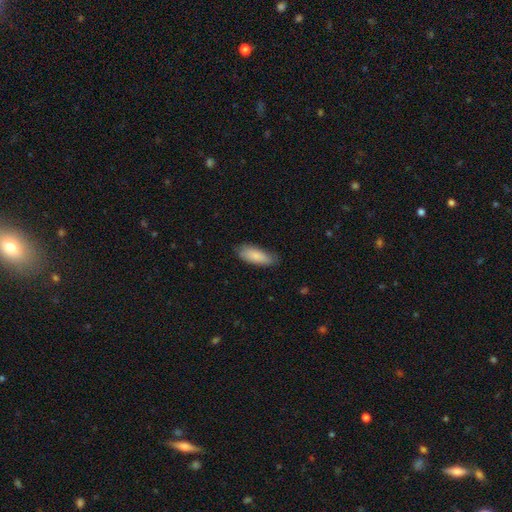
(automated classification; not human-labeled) smooth_or_featured: smooth (p=0.85) [alt: featured or disk p=0.09]
how_rounded: in between (p=0.71) [alt: cigar-shaped p=0.27]
merging: none (p=0.76) [alt: minor disturbance p=0.19]